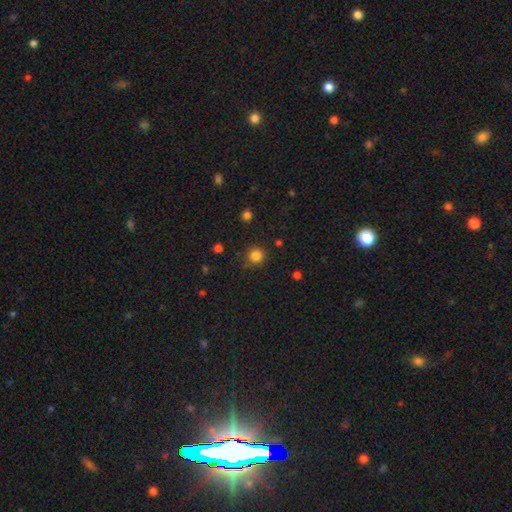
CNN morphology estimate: This is clearly a smooth galaxy (82%). How rounded: clearly round (93%). Merging: clearly none (82%).